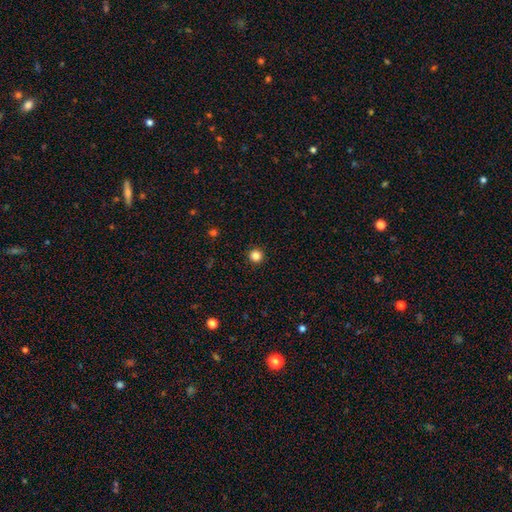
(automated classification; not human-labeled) smooth-or-featured: smooth: 85% | star or artifact: 12% | featured or disk: 3%
  how-rounded: round: 96% | in between: 3% | cigar-shaped: 1%
  merging: none: 93% | minor disturbance: 4% | major disturbance: 2% | merger: 1%